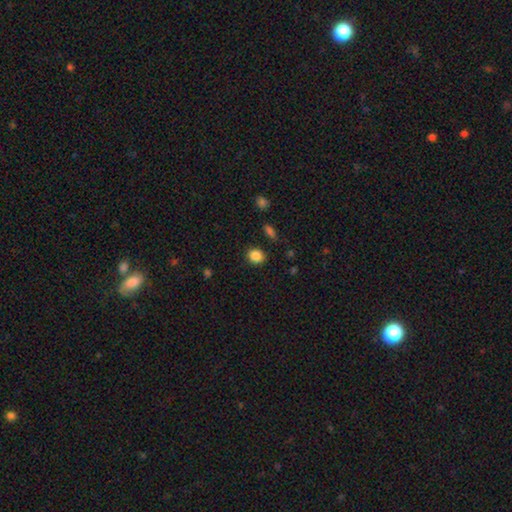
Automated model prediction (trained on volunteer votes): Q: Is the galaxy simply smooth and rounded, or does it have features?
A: smooth — 86%.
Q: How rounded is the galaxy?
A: round — 71%.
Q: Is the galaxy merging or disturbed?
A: none — 87%.